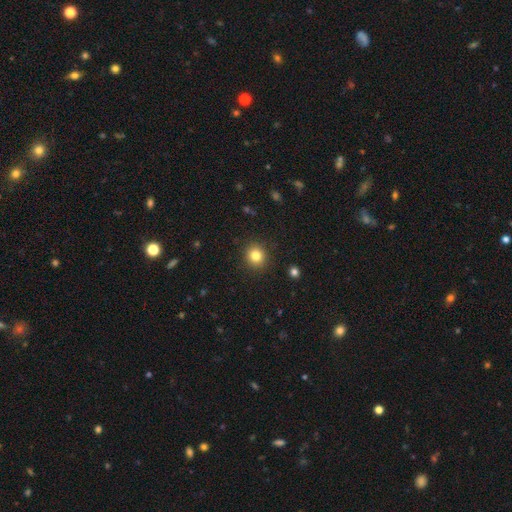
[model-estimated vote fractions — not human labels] smooth_or_featured: smooth (p=0.82) [alt: star or artifact p=0.11]
how_rounded: round (p=0.88) [alt: in between p=0.11]
merging: none (p=0.91) [alt: minor disturbance p=0.06]